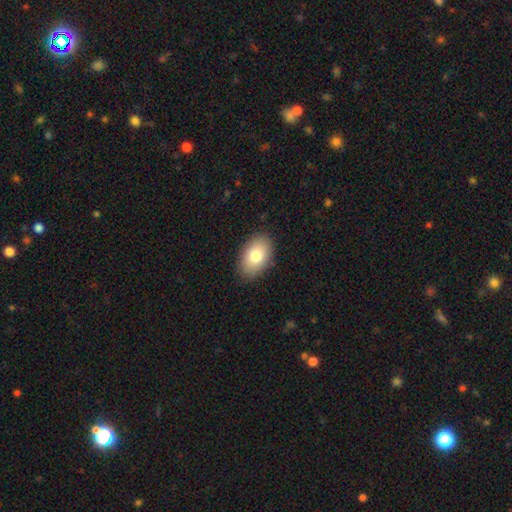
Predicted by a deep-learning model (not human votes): The model was most divided on "smooth or featured": smooth: 79%, featured or disk: 14%, star or artifact: 8%. More confident: how rounded — in between (89%); merging — none (87%).